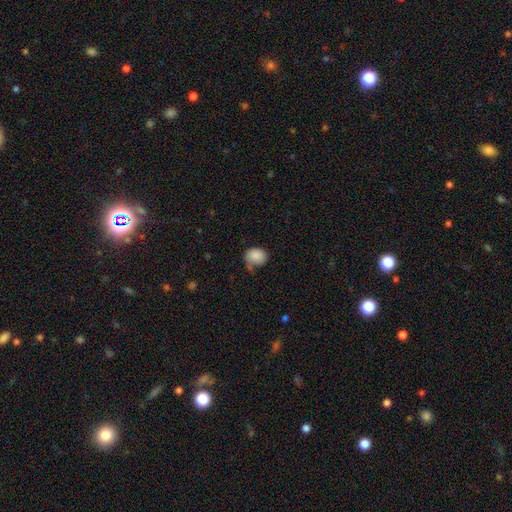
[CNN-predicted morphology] A smooth galaxy with no disk features (82%) that is round (55%). Merging: none (45%).